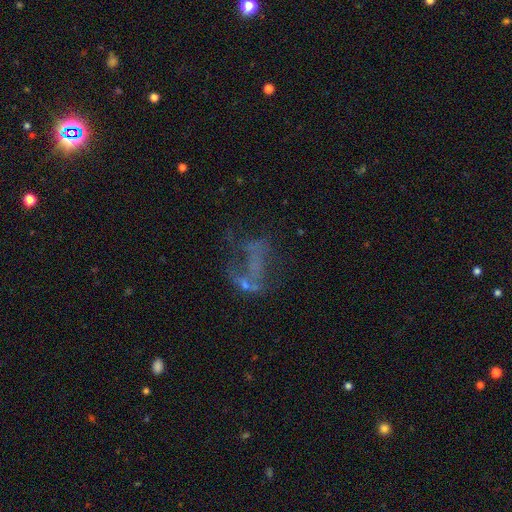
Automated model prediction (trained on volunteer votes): A featured or disk galaxy (51%). Merging: major disturbance (39%).